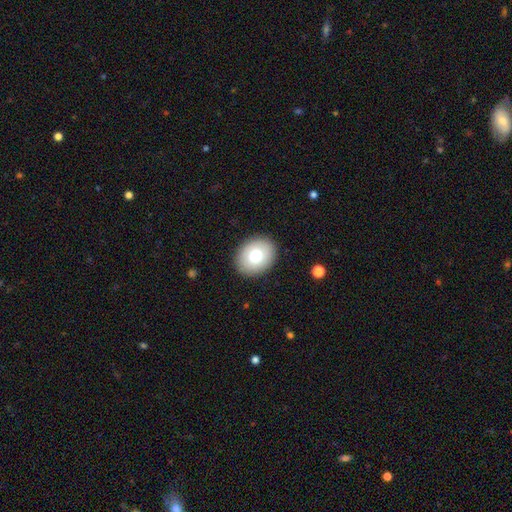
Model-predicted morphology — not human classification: Smooth or featured: smooth — 74% (featured or disk — 17%)
How rounded: in between — 51% (round — 48%)
Merging: none — 89% (minor disturbance — 7%)